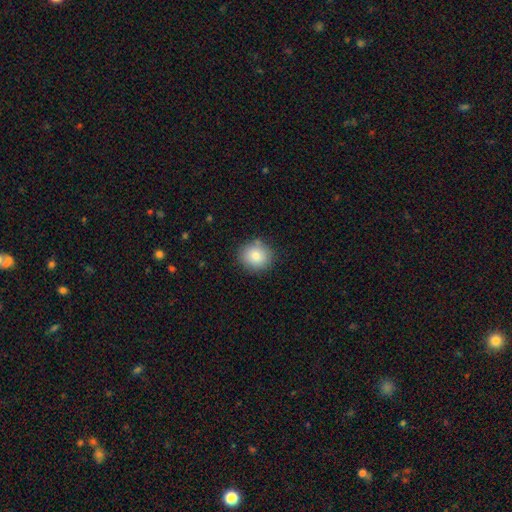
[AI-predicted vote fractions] A smooth galaxy with no disk features (82%) that is round (84%).

Vote fractions:
- Smooth or featured? smooth: 82% / star or artifact: 9% / featured or disk: 8%
- How rounded? round: 84% / in between: 15% / cigar-shaped: 1%
- Merging? none: 85% / minor disturbance: 10% / major disturbance: 3% / merger: 2%